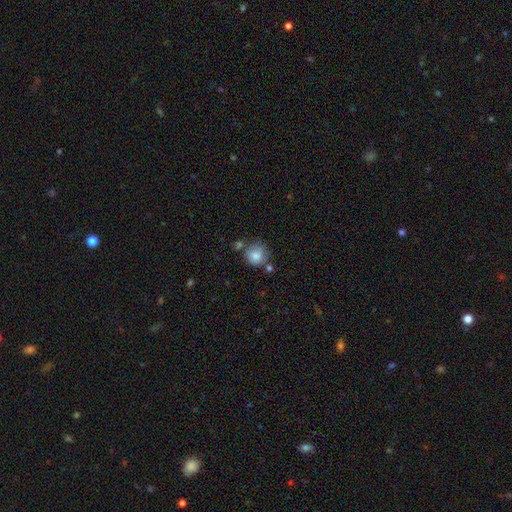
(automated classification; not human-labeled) A smooth galaxy with no disk features (71%) that is round (83%).

Vote fractions:
- Smooth or featured? smooth: 71% / featured or disk: 21% / star or artifact: 9%
- How rounded? round: 83% / in between: 16% / cigar-shaped: 1%
- Merging? none: 55% / minor disturbance: 22% / merger: 15% / major disturbance: 8%